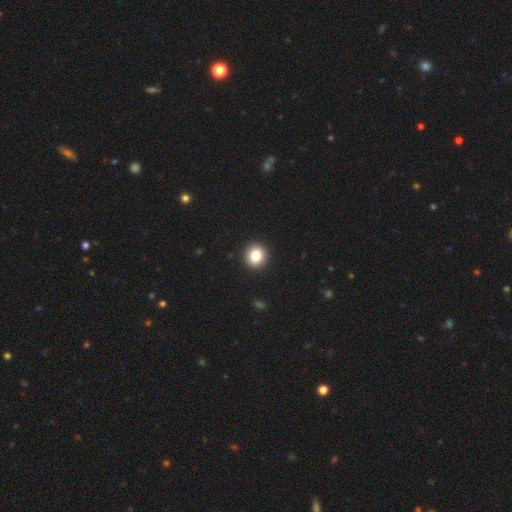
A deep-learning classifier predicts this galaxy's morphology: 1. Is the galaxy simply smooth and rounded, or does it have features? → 84% smooth, 10% star or artifact, 6% featured or disk.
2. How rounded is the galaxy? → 84% round, 15% in between, 1% cigar-shaped.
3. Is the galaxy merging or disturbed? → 93% none, 5% minor disturbance, 1% major disturbance, 1% merger.